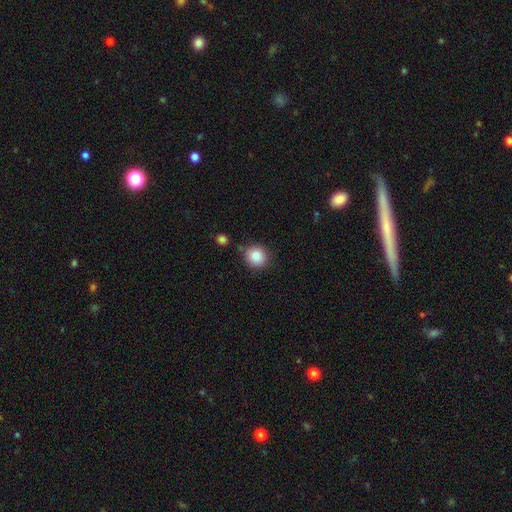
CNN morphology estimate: type=smooth (85%); roundness=round (90%); merging=none (80%).